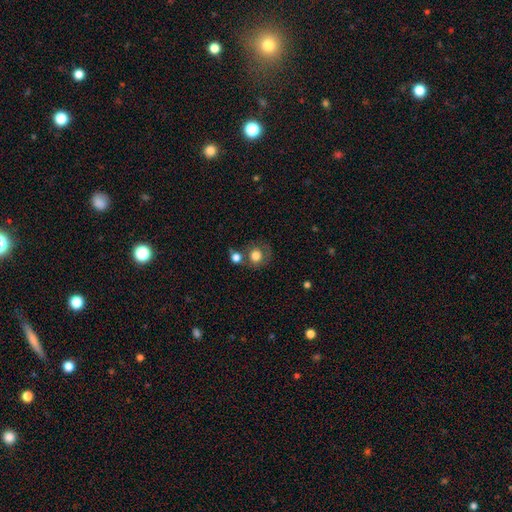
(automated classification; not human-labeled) A smooth galaxy with no disk features (76%) that is round (82%).

Vote fractions:
- Smooth or featured? smooth: 76% / featured or disk: 14% / star or artifact: 10%
- How rounded? round: 82% / in between: 17% / cigar-shaped: 1%
- Merging? none: 53% / merger: 21% / minor disturbance: 16% / major disturbance: 10%